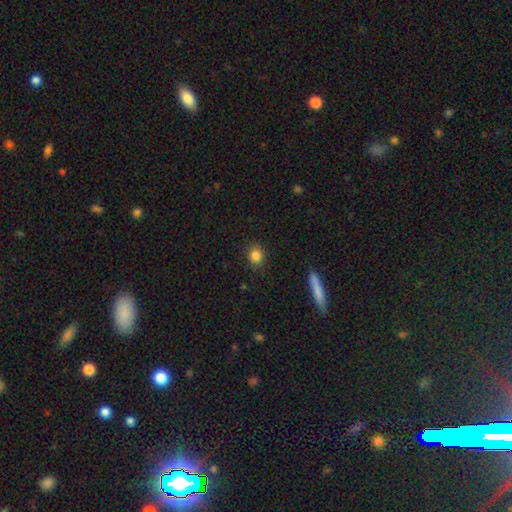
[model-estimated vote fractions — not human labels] smooth 85%, star or artifact 10%, featured or disk 5%. Down the decision tree: how rounded — round (79%); merging — none (90%).